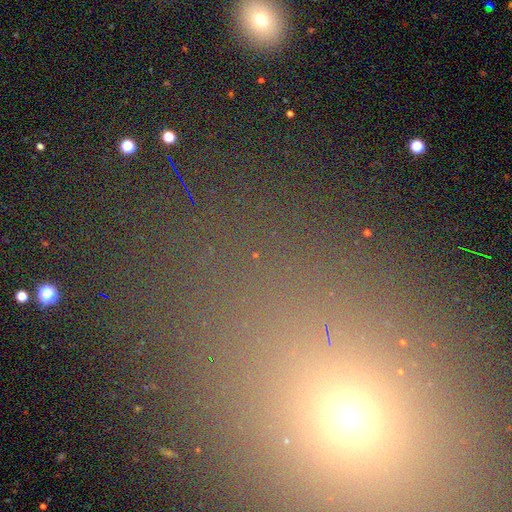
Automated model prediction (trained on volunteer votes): The model was most divided on "smooth or featured": star or artifact: 72%, smooth: 19%, featured or disk: 9%.